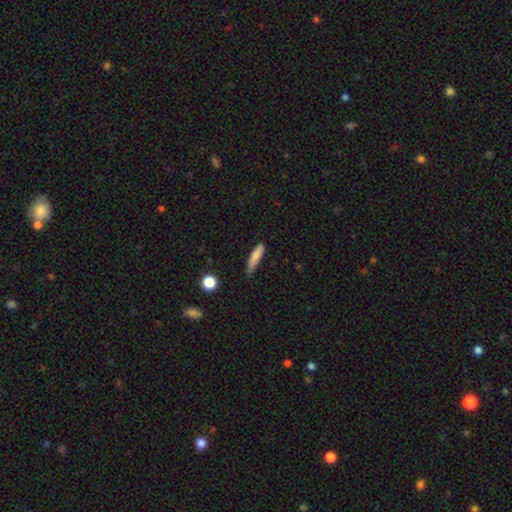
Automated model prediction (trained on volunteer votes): Q: Smooth or featured?
A: smooth (80%); runner-up: featured or disk (13%)
Q: How rounded?
A: cigar-shaped (78%); runner-up: in between (20%)
Q: Merging?
A: none (60%); runner-up: minor disturbance (32%)